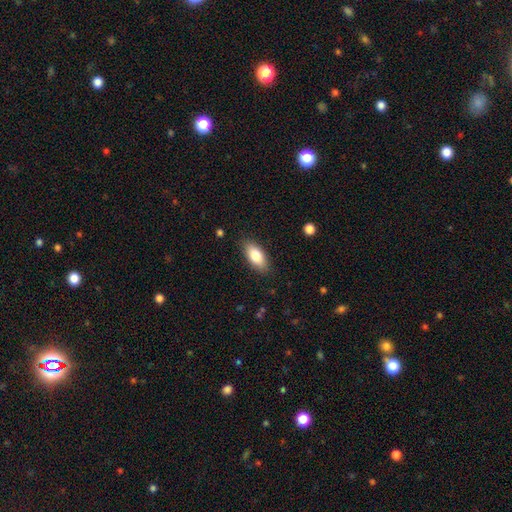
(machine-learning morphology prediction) This is clearly a smooth galaxy (81%). How rounded: clearly in between (87%). Merging: clearly none (86%).